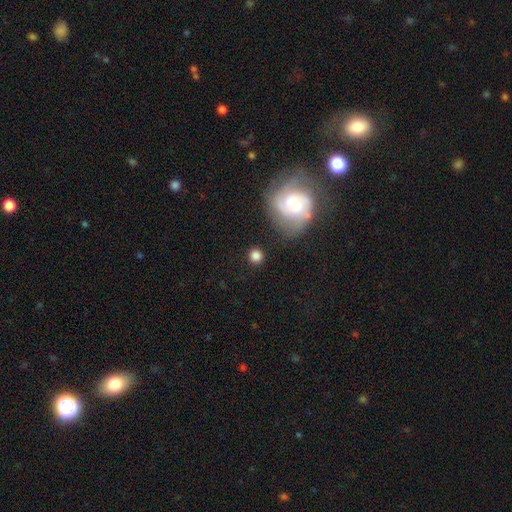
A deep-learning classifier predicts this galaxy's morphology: This appears to be a smooth galaxy with no disk features (81%) that is round (90%). Merging: none (83%).